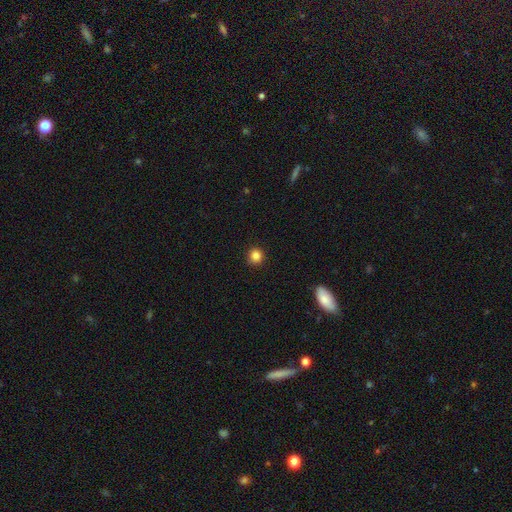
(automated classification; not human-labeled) Overall: smooth (85%). How rounded: round (92%). Merging: none (91%).